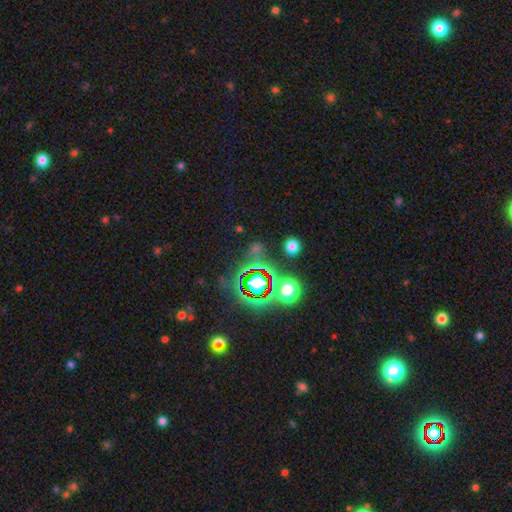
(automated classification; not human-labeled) smooth-or-featured: star or artifact: 67% | smooth: 23% | featured or disk: 10%